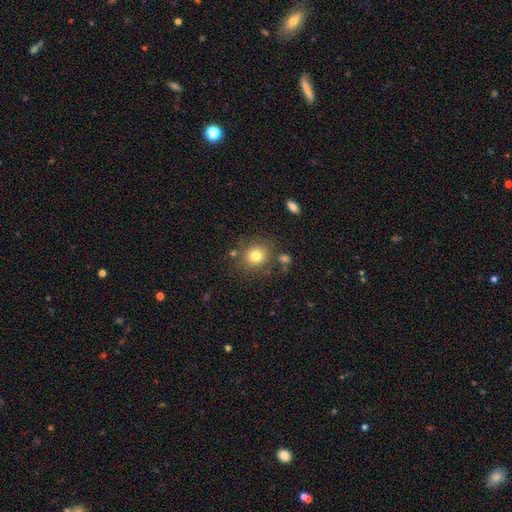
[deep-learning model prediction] This appears to be a smooth galaxy with no disk features (78%) that is round (83%). Merging: none (78%).